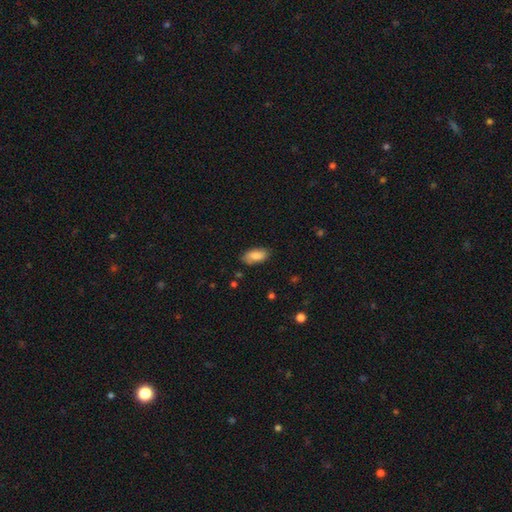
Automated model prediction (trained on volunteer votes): smooth 84%, featured or disk 9%, star or artifact 7%. Down the decision tree: how rounded — in between (92%); merging — none (80%).